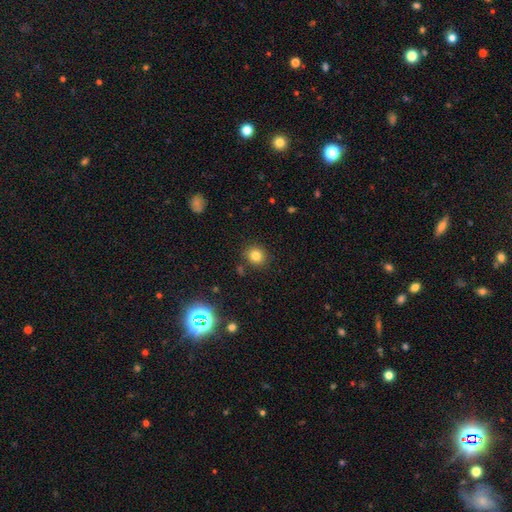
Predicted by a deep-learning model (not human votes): Smooth or featured? Predicted: smooth (p=0.79). How rounded? Predicted: round (p=0.83). Merging? Predicted: none (p=0.86).